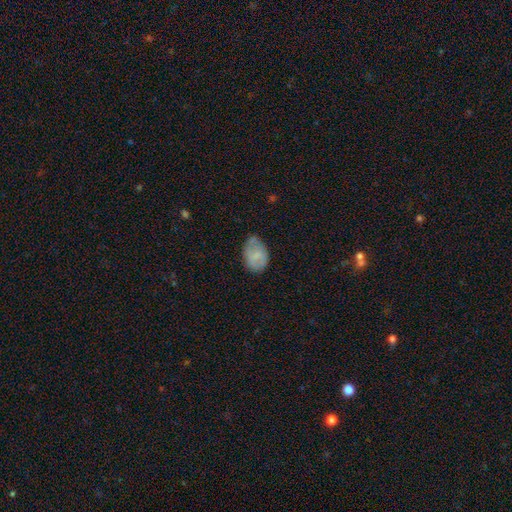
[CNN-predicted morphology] Smooth or featured? smooth (71%)
How rounded? in between (81%)
Merging? none (54%)